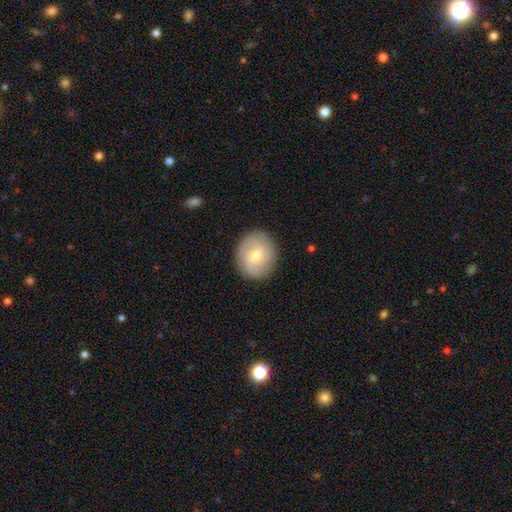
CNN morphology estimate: Smooth or featured? Predicted: featured or disk (p=0.51). Edge-on disk? Predicted: no (p=0.96). Merging? Predicted: none (p=0.86).